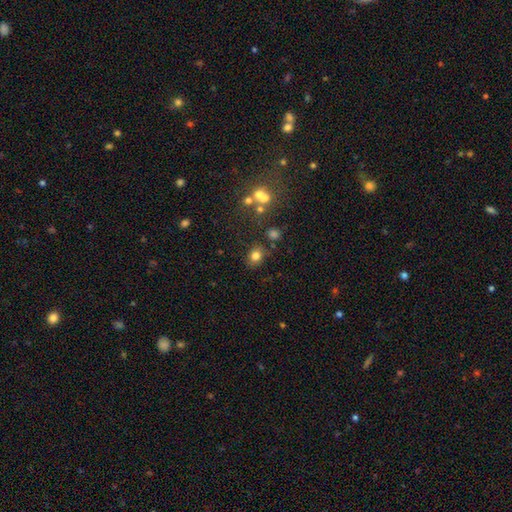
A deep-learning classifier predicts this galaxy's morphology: Smooth or featured? smooth (78%)
How rounded? round (51%)
Merging? none (77%)